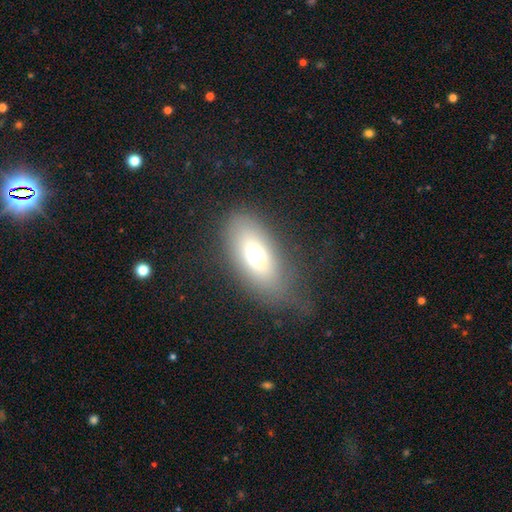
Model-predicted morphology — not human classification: Smooth or featured: smooth — 66% (featured or disk — 21%)
How rounded: in between — 83% (round — 11%)
Merging: none — 70% (minor disturbance — 16%)